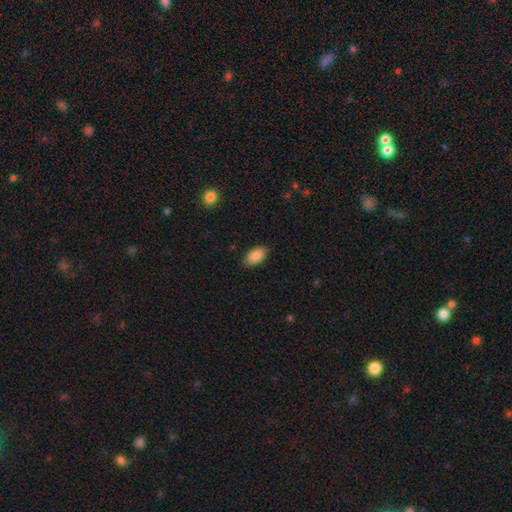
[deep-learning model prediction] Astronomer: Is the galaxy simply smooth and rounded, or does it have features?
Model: smooth — 88%.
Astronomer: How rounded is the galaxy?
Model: in between — 94%.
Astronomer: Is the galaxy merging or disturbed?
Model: none — 86%.